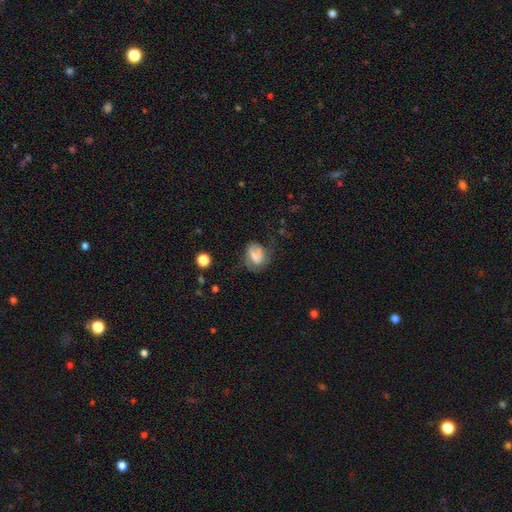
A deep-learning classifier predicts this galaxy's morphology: This is possibly a smooth galaxy (53%). How rounded: likely in between (67%). Merging: marginally none (42%).